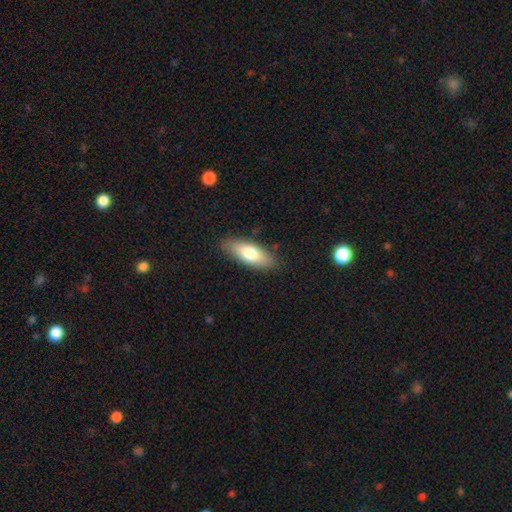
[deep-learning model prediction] Smooth or featured: smooth — 71% (featured or disk — 22%)
How rounded: in between — 67% (cigar-shaped — 31%)
Merging: none — 87% (minor disturbance — 10%)